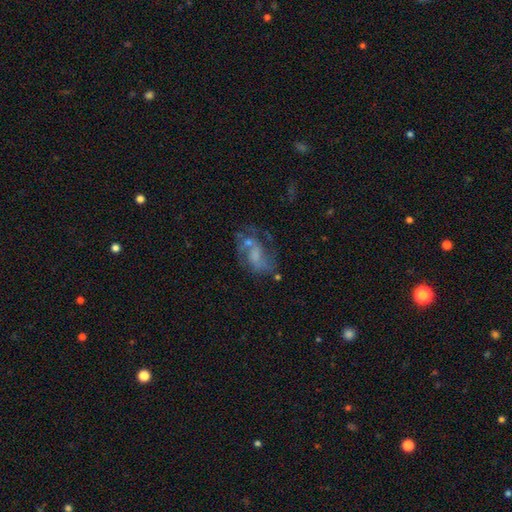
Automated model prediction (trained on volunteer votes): Smooth or featured? Predicted: featured or disk (p=0.63). Edge-on disk? Predicted: no (p=0.97). Bar? Predicted: no (p=0.60). Spiral arms? Predicted: yes (p=0.69). Bulge size? Predicted: none (p=0.36). Merging? Predicted: none (p=0.43).